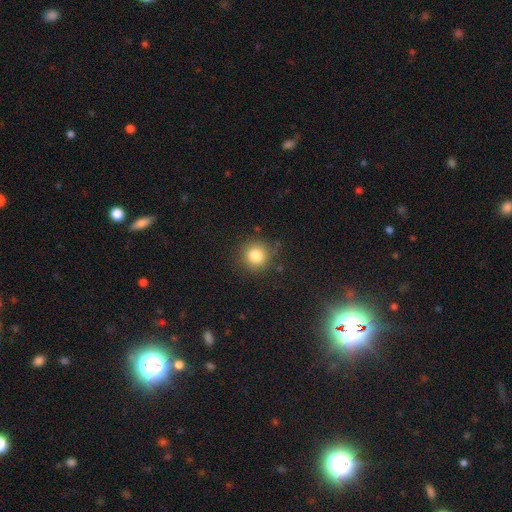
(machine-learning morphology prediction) A smooth galaxy with no disk features (82%) that is round (92%). Merging: none (84%).